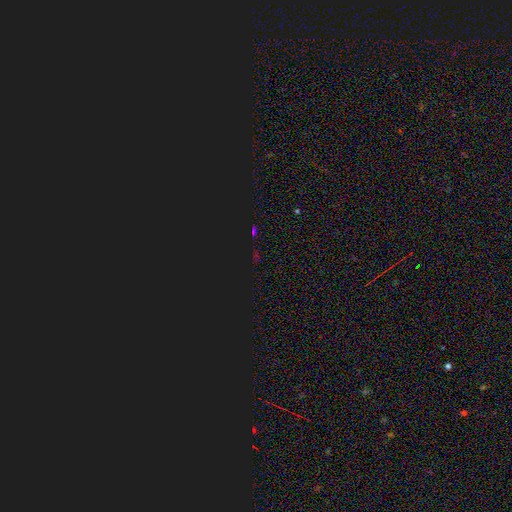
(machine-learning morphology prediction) Smooth or featured? star or artifact (77%)